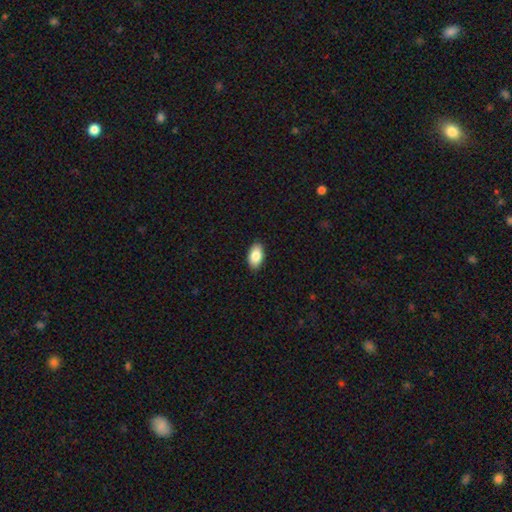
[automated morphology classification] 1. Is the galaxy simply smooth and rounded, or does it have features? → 86% smooth, 7% featured or disk, 7% star or artifact.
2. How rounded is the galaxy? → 94% in between, 4% round, 2% cigar-shaped.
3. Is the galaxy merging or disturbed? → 89% none, 8% minor disturbance, 2% major disturbance, 1% merger.